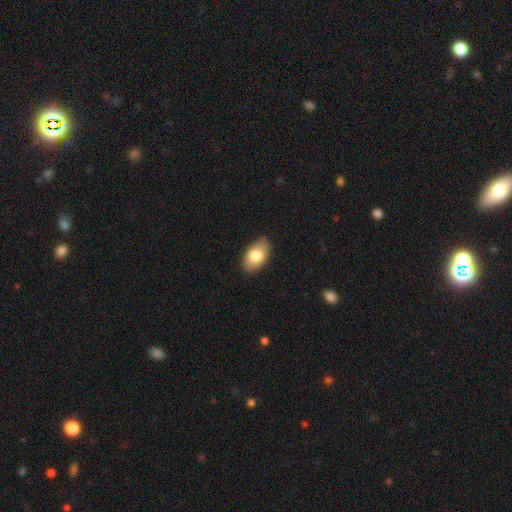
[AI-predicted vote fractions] smooth_or_featured: smooth (p=0.79) [alt: featured or disk p=0.14]
how_rounded: in between (p=0.92) [alt: round p=0.07]
merging: none (p=0.82) [alt: minor disturbance p=0.15]